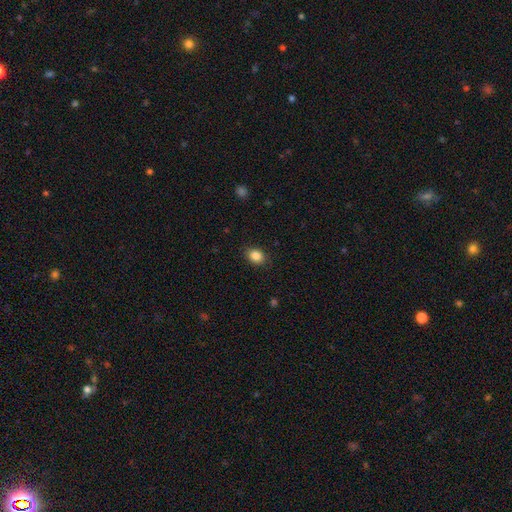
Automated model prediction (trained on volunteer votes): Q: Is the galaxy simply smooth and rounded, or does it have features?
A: smooth — 86%.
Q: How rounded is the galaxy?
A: in between — 59%.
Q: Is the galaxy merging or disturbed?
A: none — 87%.